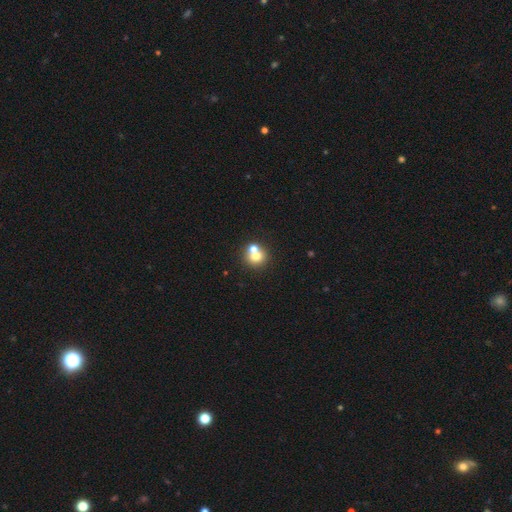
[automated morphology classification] The model was most divided on "merging": none: 47%, merger: 44%, minor disturbance: 6%, major disturbance: 3%. More confident: how rounded — round (86%); smooth or featured — smooth (69%).